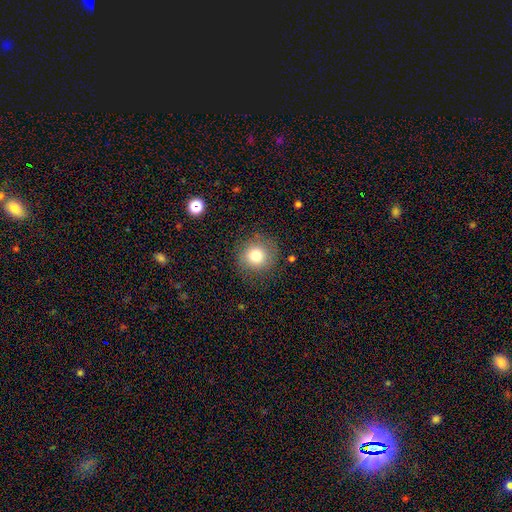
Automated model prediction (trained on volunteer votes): smooth_or_featured: smooth (p=0.78) [alt: star or artifact p=0.12]
how_rounded: round (p=0.92) [alt: in between p=0.07]
merging: none (p=0.85) [alt: minor disturbance p=0.10]